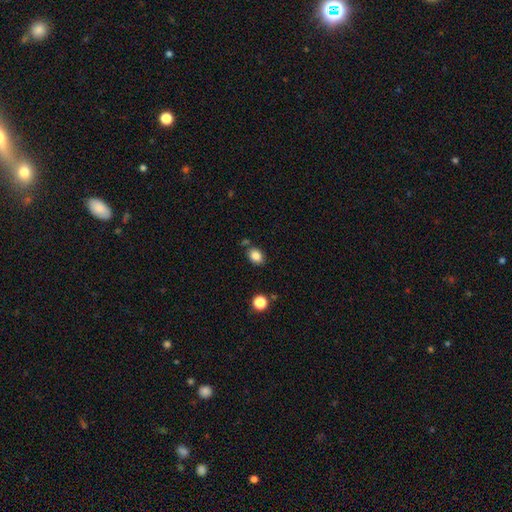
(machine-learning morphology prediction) A smooth galaxy with no disk features (85%) that is in between round and cigar-shaped (60%). Merging: none (75%).